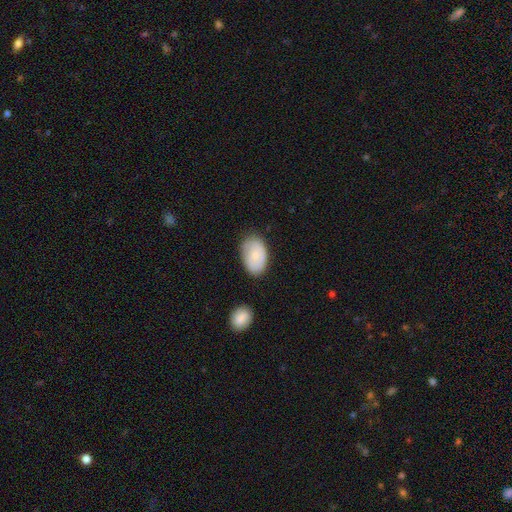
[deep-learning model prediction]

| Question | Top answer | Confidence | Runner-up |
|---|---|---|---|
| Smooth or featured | smooth | 76% | featured or disk (18%) |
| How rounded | in between | 91% | round (8%) |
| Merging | none | 70% | minor disturbance (22%) |